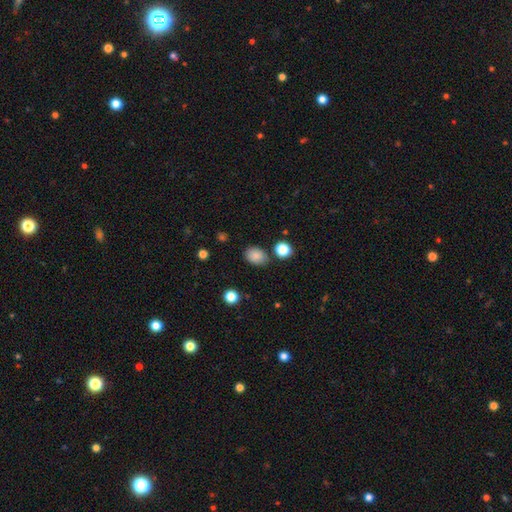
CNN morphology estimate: Smooth or featured? smooth (84%)
How rounded? in between (67%)
Merging? none (82%)